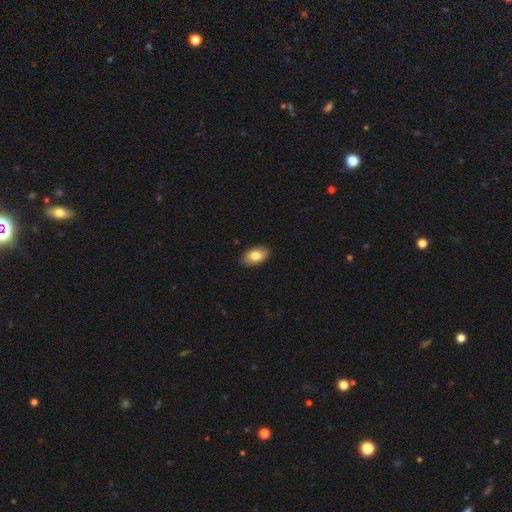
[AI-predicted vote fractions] A smooth galaxy with no disk features (80%) that is in between round and cigar-shaped (92%). Merging: none (86%).